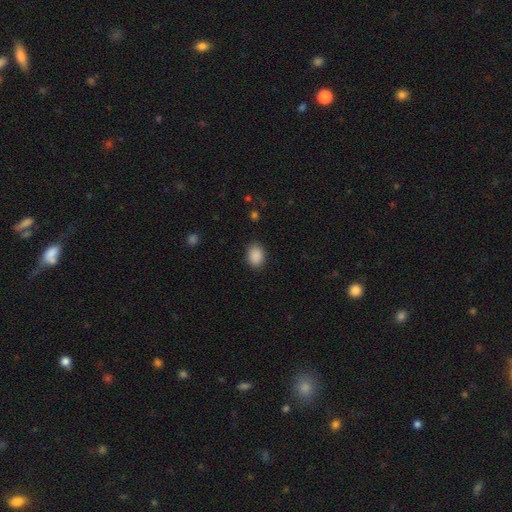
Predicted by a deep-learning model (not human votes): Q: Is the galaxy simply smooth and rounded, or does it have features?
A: smooth — 90%.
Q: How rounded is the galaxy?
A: in between — 70%.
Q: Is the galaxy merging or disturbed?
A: none — 87%.